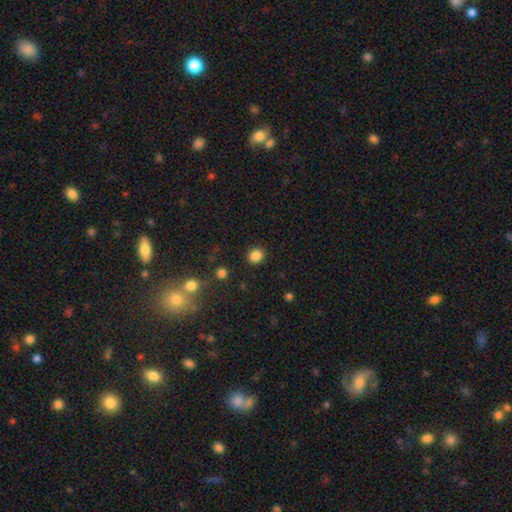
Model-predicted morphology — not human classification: A smooth galaxy with no disk features (85%) that is round (72%). Merging: none (90%).